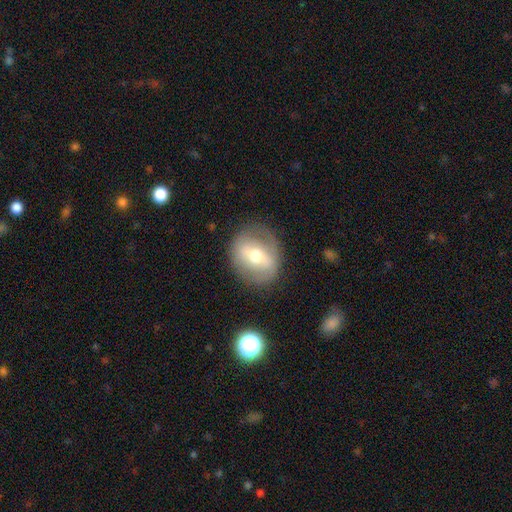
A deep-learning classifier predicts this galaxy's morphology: Q: Smooth or featured?
A: featured or disk (51%); runner-up: smooth (41%)
Q: Edge-on disk?
A: no (90%); runner-up: yes (10%)
Q: Merging?
A: none (81%); runner-up: minor disturbance (12%)